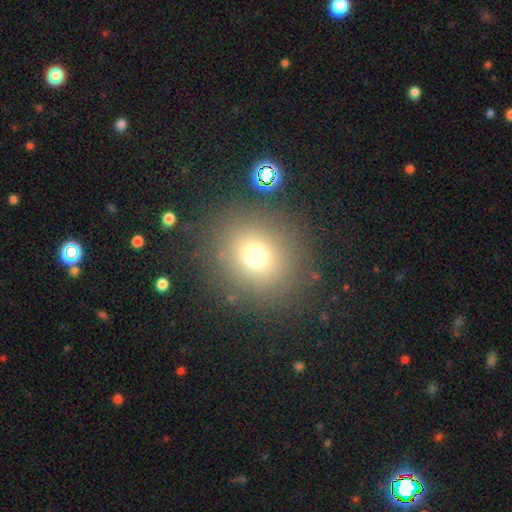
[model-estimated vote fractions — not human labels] smooth-or-featured: smooth: 70% | star or artifact: 20% | featured or disk: 10%
  how-rounded: round: 85% | in between: 14% | cigar-shaped: 1%
  merging: none: 84% | minor disturbance: 8% | major disturbance: 5% | merger: 4%